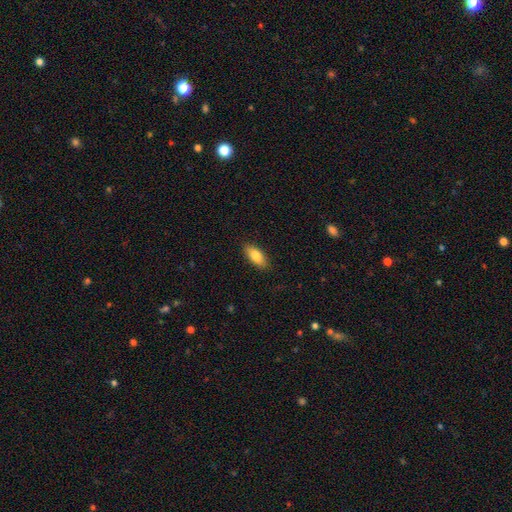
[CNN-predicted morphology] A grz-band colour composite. It shows a smooth galaxy with no disk features (83%) that is in between round and cigar-shaped (84%). Merging: none (87%).